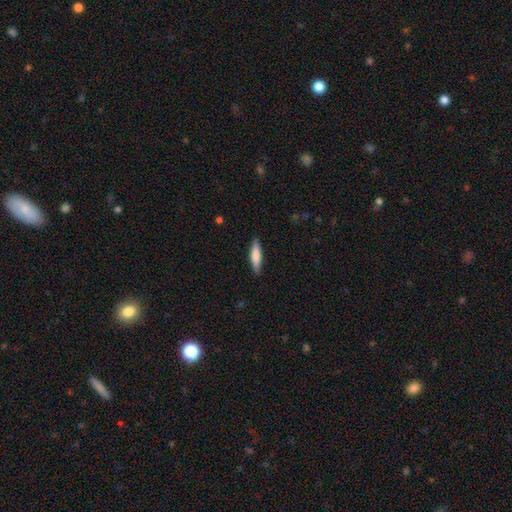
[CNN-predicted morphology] type=smooth (68%); roundness=cigar-shaped (76%); merging=none (87%).